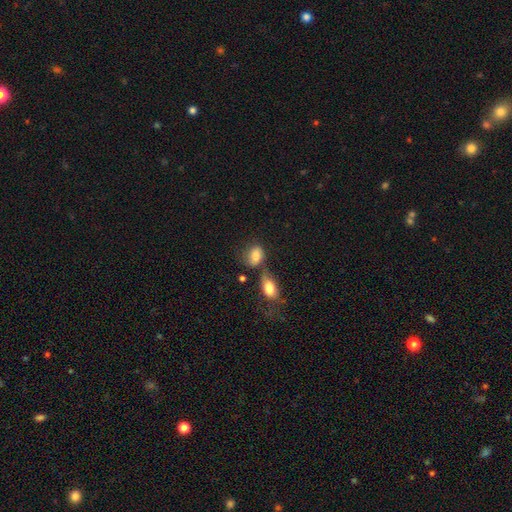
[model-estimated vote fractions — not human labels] A smooth galaxy with no disk features (76%) that is in between round and cigar-shaped (70%).

Vote fractions:
- Smooth or featured? smooth: 76% / featured or disk: 14% / star or artifact: 9%
- How rounded? in between: 70% / round: 29% / cigar-shaped: 2%
- Merging? none: 37% / merger: 31% / minor disturbance: 20% / major disturbance: 11%